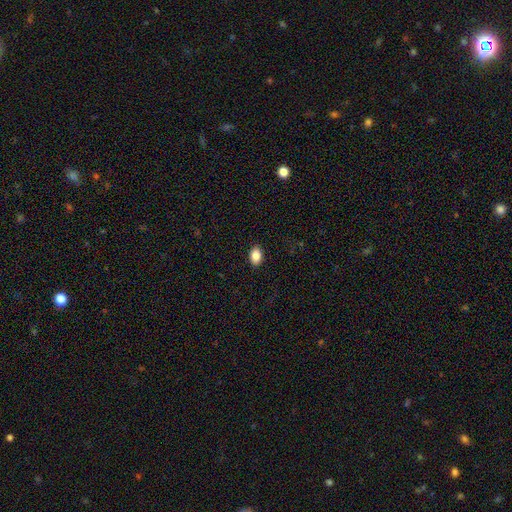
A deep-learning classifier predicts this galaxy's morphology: type=smooth (87%); roundness=in between (86%); merging=none (89%).